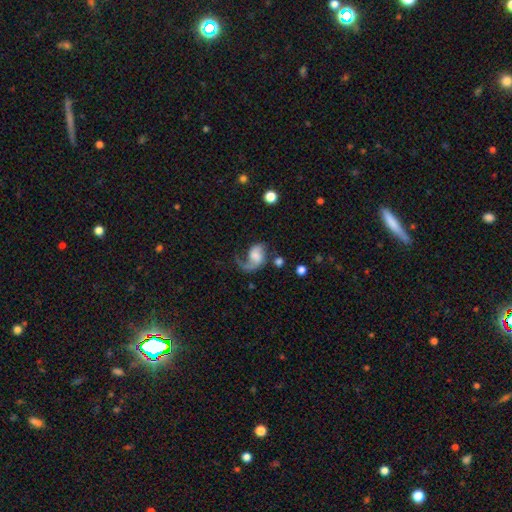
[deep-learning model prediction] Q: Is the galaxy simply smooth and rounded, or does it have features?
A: featured or disk — 72%.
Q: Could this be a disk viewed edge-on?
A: no — 98%.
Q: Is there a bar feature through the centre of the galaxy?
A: no — 56%.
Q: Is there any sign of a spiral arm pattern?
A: yes — 93%.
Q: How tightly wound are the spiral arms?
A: loose — 62%.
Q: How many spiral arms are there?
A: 1 — 62%.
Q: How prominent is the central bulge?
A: moderate — 28%.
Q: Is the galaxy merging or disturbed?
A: major disturbance — 40%.